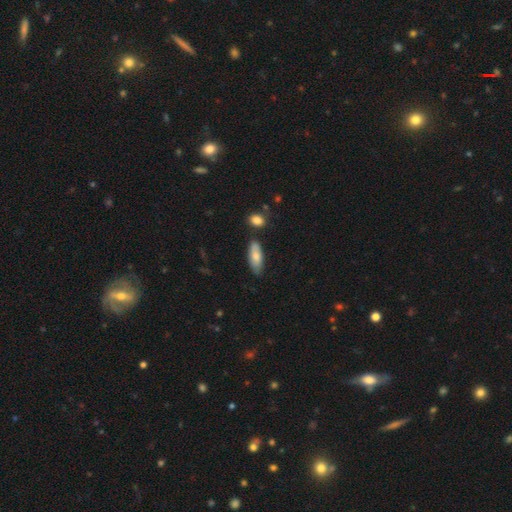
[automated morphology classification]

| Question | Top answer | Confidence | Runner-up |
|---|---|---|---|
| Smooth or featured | smooth | 79% | featured or disk (16%) |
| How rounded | in between | 73% | cigar-shaped (25%) |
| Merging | none | 76% | minor disturbance (16%) |